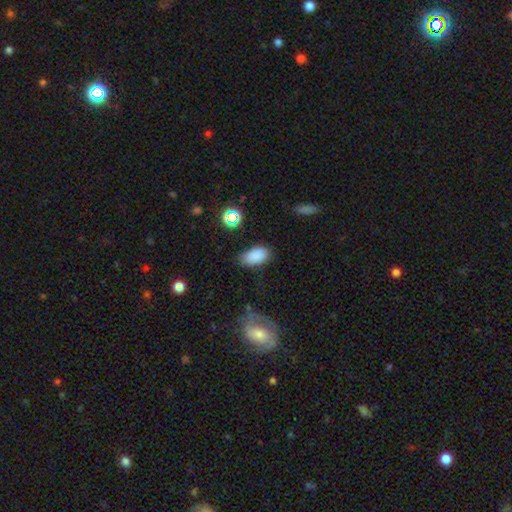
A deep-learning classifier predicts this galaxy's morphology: Smooth or featured? smooth (85%)
How rounded? in between (93%)
Merging? none (78%)